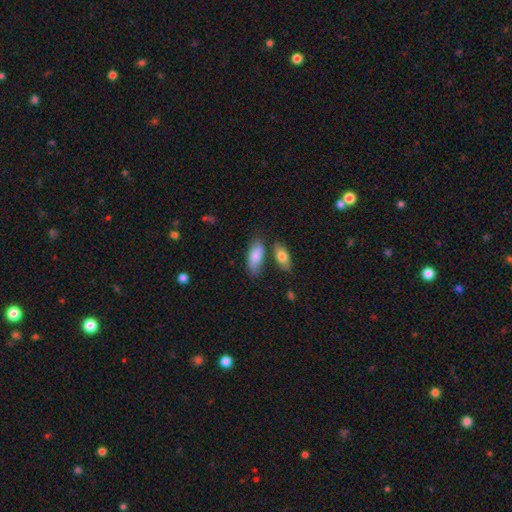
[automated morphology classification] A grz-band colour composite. It shows a smooth galaxy with no disk features (76%) that is in between round and cigar-shaped (83%). Merging: none (60%).